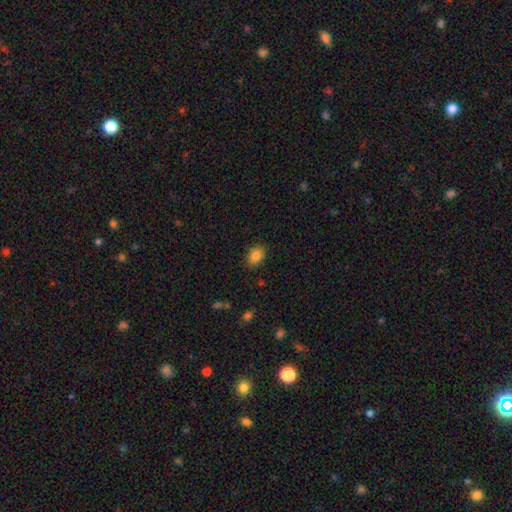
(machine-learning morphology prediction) Smooth or featured? Predicted: smooth (p=0.85). How rounded? Predicted: in between (p=0.79). Merging? Predicted: none (p=0.87).